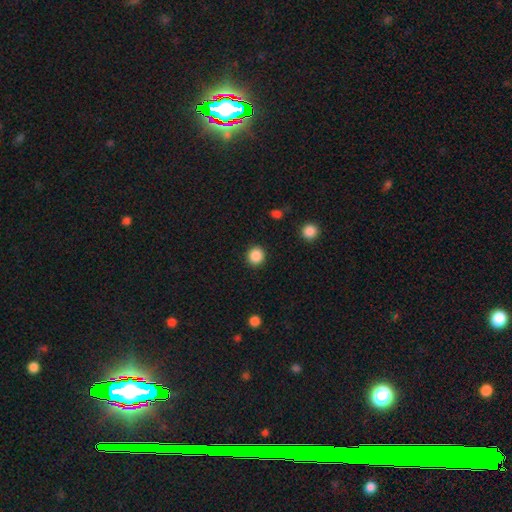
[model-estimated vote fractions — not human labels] This is clearly a smooth galaxy (87%). How rounded: clearly round (92%). Merging: clearly none (92%).